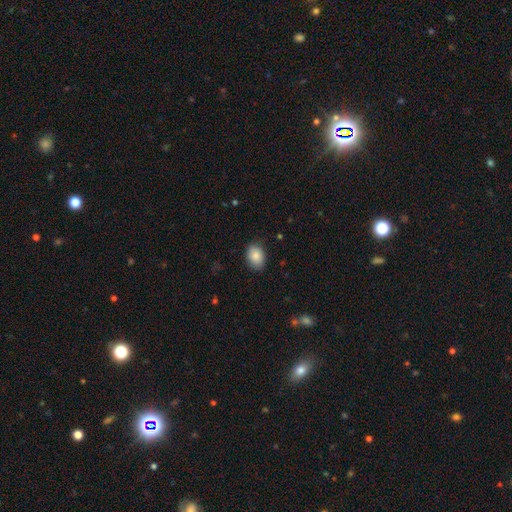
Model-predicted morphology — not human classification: Smooth or featured? smooth (87%)
How rounded? in between (76%)
Merging? none (85%)